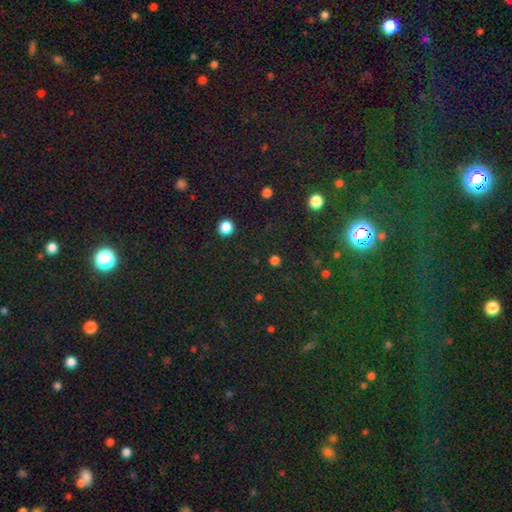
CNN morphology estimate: Smooth or featured?
  - star or artifact: 72% *
  - smooth: 19%
  - featured or disk: 8%